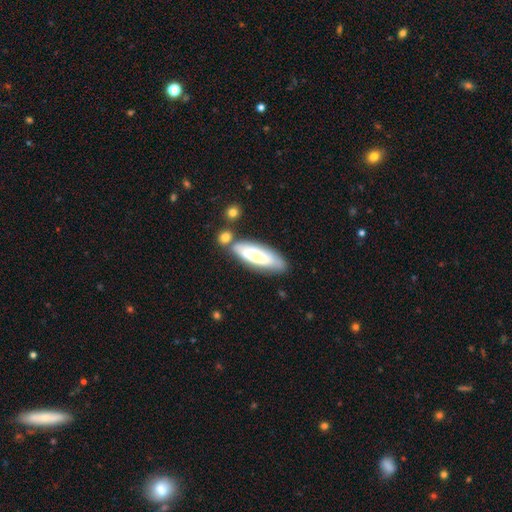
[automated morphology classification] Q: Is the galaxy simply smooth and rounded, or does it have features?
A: smooth — 63%.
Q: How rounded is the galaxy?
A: in between — 54%.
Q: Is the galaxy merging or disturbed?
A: none — 62%.